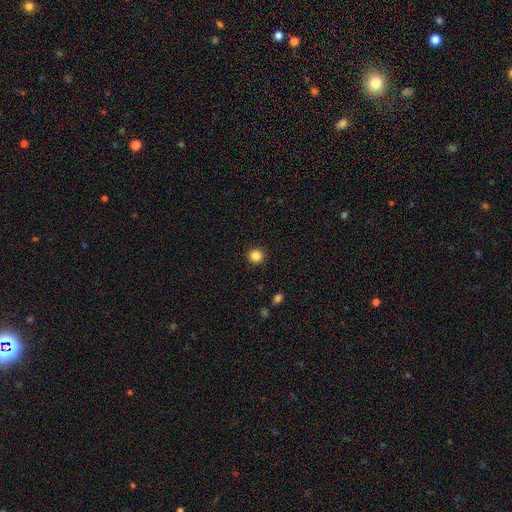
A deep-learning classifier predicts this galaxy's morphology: Smooth or featured? smooth (85%)
How rounded? round (94%)
Merging? none (91%)